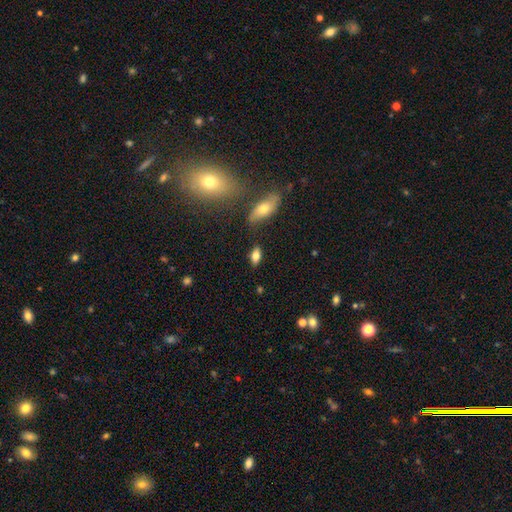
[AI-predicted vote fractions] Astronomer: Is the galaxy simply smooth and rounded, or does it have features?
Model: smooth — 72%.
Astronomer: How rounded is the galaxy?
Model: in between — 84%.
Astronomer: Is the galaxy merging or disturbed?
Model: none — 79%.